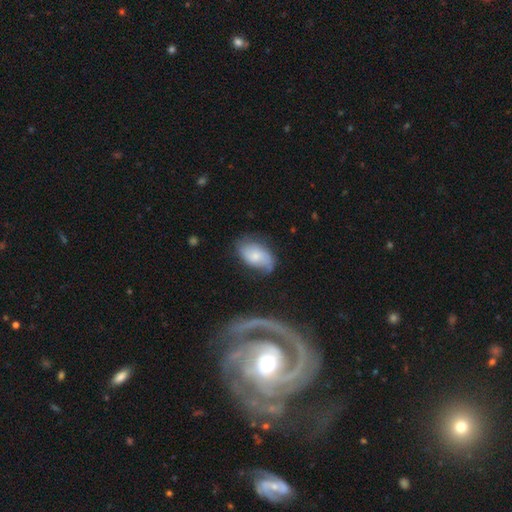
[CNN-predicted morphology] Smooth or featured? smooth (52%)
How rounded? in between (90%)
Merging? none (59%)